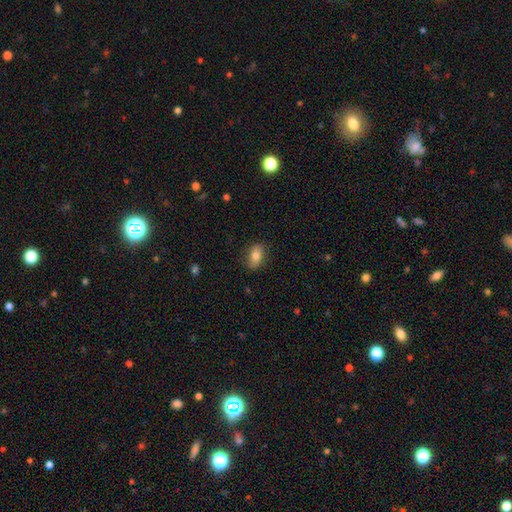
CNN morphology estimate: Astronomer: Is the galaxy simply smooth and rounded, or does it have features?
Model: smooth — 76%.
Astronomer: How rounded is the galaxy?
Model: in between — 87%.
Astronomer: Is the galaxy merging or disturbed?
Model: none — 82%.